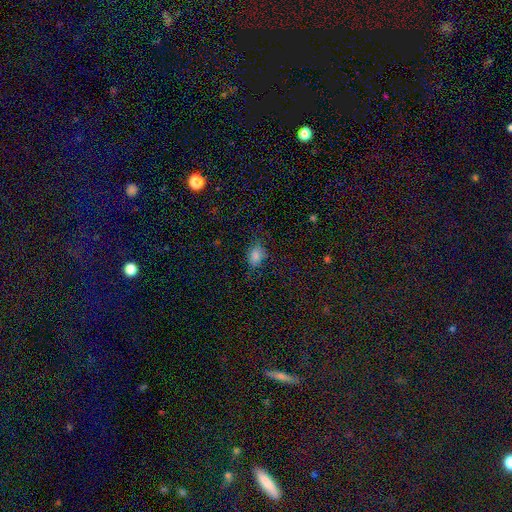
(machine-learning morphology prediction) type=smooth (79%); roundness=in between (75%); merging=none (72%).